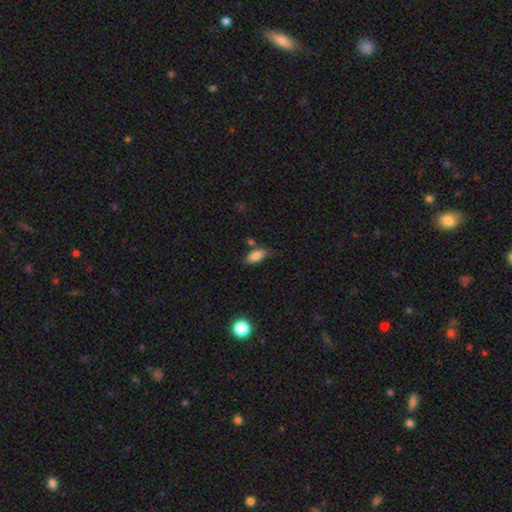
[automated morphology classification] smooth_or_featured: smooth (p=0.84) [alt: featured or disk p=0.08]
how_rounded: in between (p=0.86) [alt: cigar-shaped p=0.11]
merging: none (p=0.67) [alt: minor disturbance p=0.20]